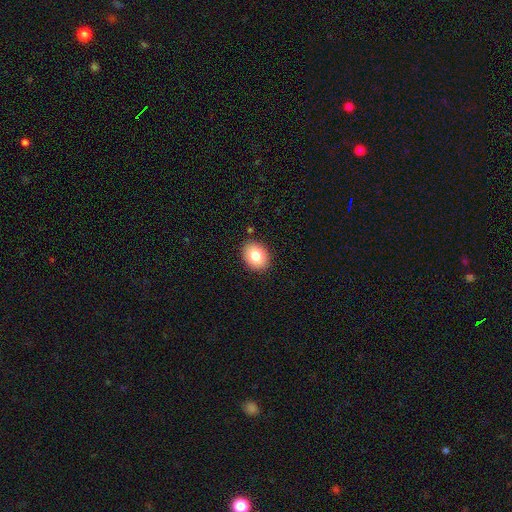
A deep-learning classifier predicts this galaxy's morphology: Smooth or featured: smooth — 82% (featured or disk — 10%)
How rounded: in between — 61% (round — 38%)
Merging: none — 88% (minor disturbance — 8%)